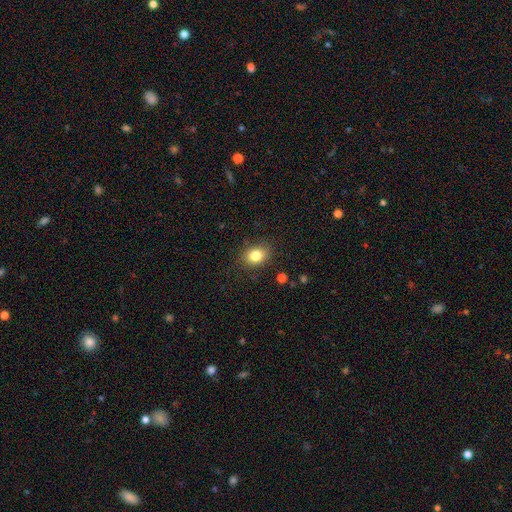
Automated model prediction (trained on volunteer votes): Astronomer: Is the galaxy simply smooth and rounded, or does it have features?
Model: smooth — 82%.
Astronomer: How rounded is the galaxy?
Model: in between — 61% (runner-up: round, 38%).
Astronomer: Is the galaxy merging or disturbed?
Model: none — 84%.